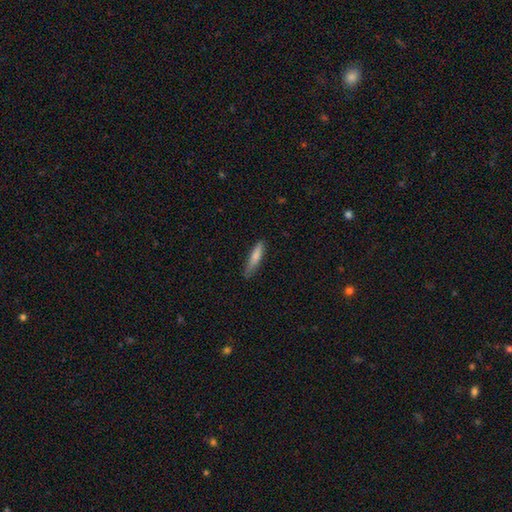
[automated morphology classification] Smooth or featured?
  - smooth: 78% *
  - featured or disk: 16%
  - star or artifact: 6%
How rounded?
  - cigar-shaped: 83% *
  - in between: 15%
  - round: 1%
Merging?
  - none: 73% *
  - minor disturbance: 22%
  - major disturbance: 4%
  - merger: 1%